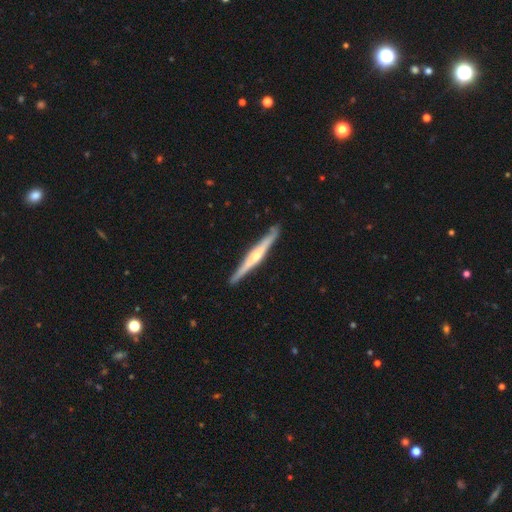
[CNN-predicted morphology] Smooth or featured? Predicted: featured or disk (p=0.74). Edge-on disk? Predicted: yes (p=0.98). Edge-on bulge? Predicted: rounded (p=0.80). Merging? Predicted: none (p=0.90).